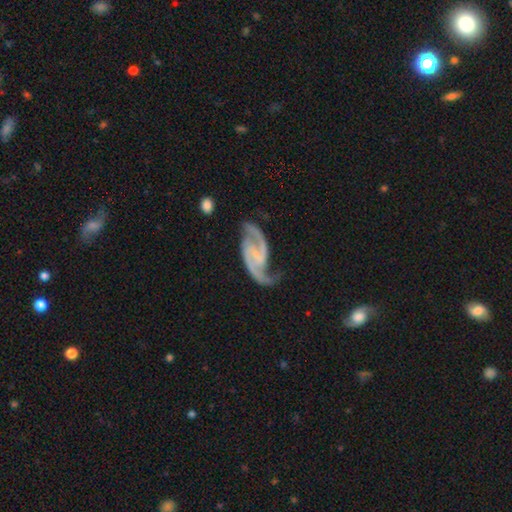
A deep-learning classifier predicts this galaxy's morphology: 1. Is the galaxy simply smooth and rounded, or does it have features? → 92% featured or disk, 4% star or artifact, 4% smooth.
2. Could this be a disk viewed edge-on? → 98% no, 2% yes.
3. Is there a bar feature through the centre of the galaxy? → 41% weak, 36% no, 23% strong.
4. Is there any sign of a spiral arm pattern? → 98% yes, 2% no.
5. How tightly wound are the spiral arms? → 54% medium, 30% loose, 17% tight.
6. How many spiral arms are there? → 93% 2, 2% can't tell, 1% 3, 1% 1, 1% 4, 1% more than 4.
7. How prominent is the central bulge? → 47% none, 43% small, 8% moderate, 1% large, 1% dominant.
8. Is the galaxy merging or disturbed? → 69% none, 19% minor disturbance, 10% major disturbance, 3% merger.